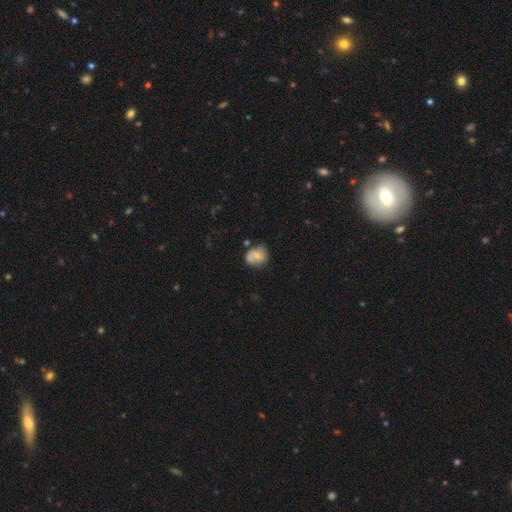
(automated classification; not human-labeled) Smooth or featured? Predicted: smooth (p=0.52). How rounded? Predicted: round (p=0.68). Merging? Predicted: none (p=0.50).